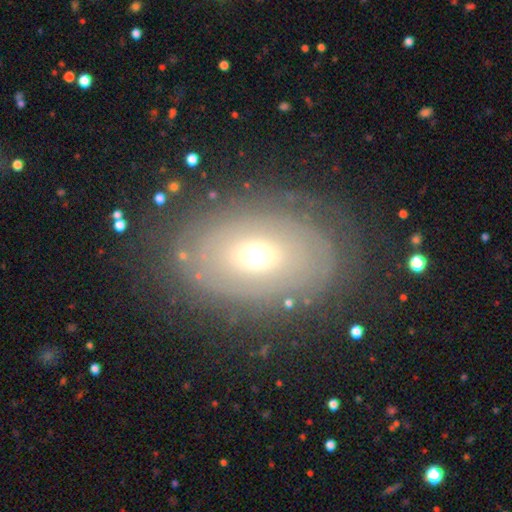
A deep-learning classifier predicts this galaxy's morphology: Overall: featured or disk (56%; smooth 34%). Edge-on disk: no (92%). Bar: no (80%). Spiral arms: no (52%; yes 48%). Bulge size: moderate (65%). Merging: none (78%).